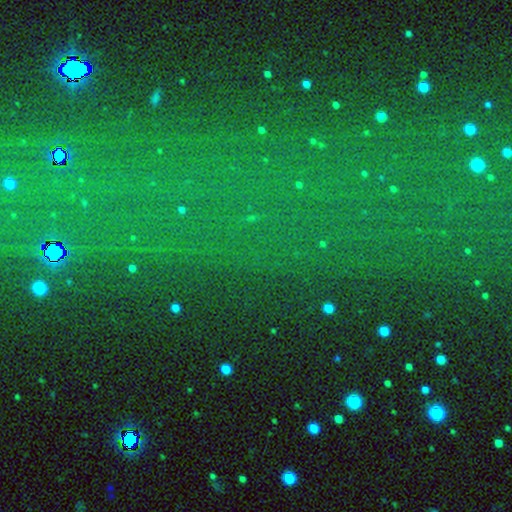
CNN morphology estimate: This appears to be a star or artifact, not a galaxy (79%).